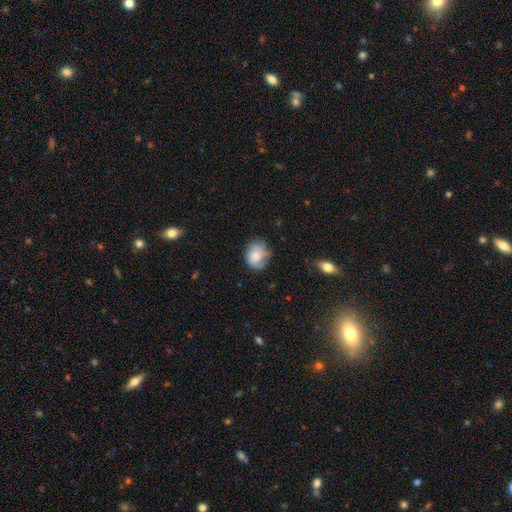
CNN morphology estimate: Smooth or featured? smooth (58%)
How rounded? round (60%)
Merging? none (63%)